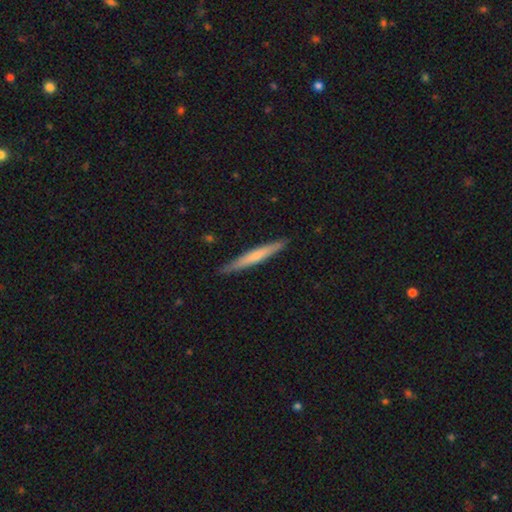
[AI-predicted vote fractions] smooth_or_featured: smooth (p=0.54) [alt: featured or disk p=0.41]
how_rounded: cigar-shaped (p=0.96) [alt: in between p=0.03]
merging: none (p=0.89) [alt: minor disturbance p=0.09]